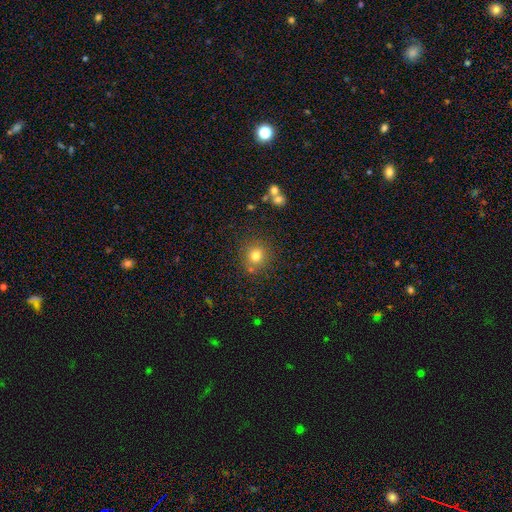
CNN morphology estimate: type=smooth (78%); roundness=round (88%); merging=none (81%).